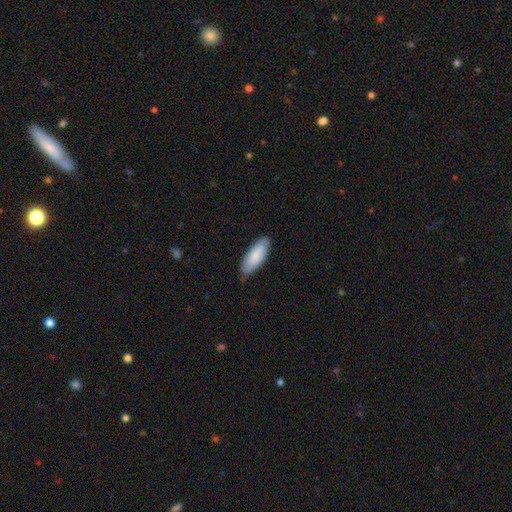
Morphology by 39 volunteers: smooth_or_featured: smooth (p=0.90) [alt: featured or disk p=0.05]
how_rounded: in between (p=0.63) [alt: cigar-shaped p=0.37]
merging: none (p=0.84) [alt: minor disturbance p=0.14]